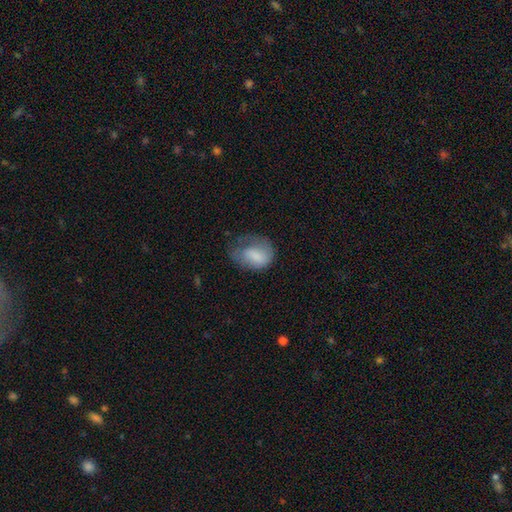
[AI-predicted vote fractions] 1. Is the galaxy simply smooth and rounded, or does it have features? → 70% smooth, 22% featured or disk, 7% star or artifact.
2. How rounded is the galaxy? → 70% in between, 28% round, 1% cigar-shaped.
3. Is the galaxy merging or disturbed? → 37% major disturbance, 31% minor disturbance, 30% none, 2% merger.